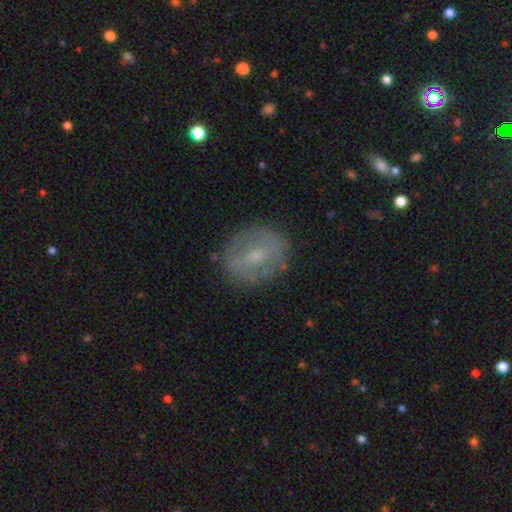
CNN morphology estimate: Overall: featured or disk (50%; smooth 41%). Edge-on disk: no (93%). Merging: none (82%).